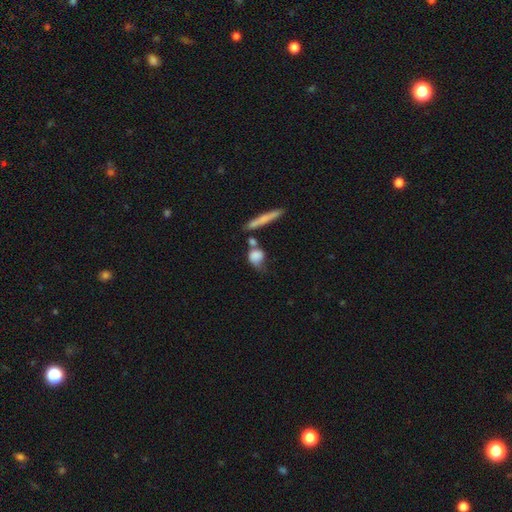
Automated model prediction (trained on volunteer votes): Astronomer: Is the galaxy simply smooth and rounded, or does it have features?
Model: smooth — 75%.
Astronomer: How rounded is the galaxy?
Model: round — 55% (runner-up: in between, 34%).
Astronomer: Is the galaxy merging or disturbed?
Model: none — 39% (runner-up: minor disturbance, 23%).